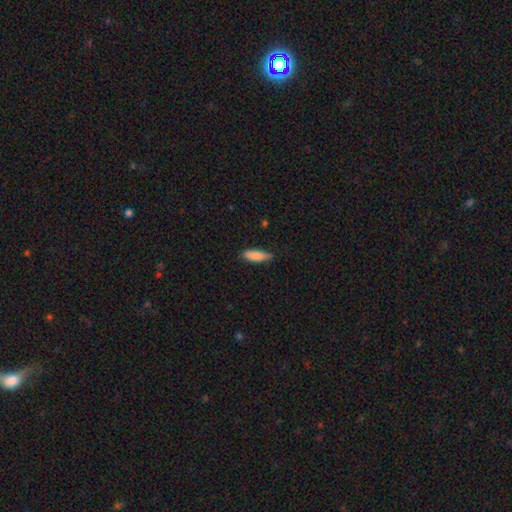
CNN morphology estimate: The model was most divided on "how rounded": cigar-shaped: 52%, in between: 46%, round: 2%. More confident: smooth or featured — smooth (85%); merging — none (79%).